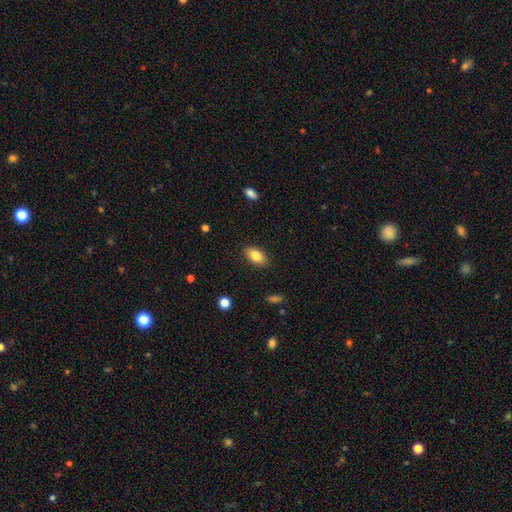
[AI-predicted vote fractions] Smooth or featured? smooth (83%)
How rounded? in between (91%)
Merging? none (88%)